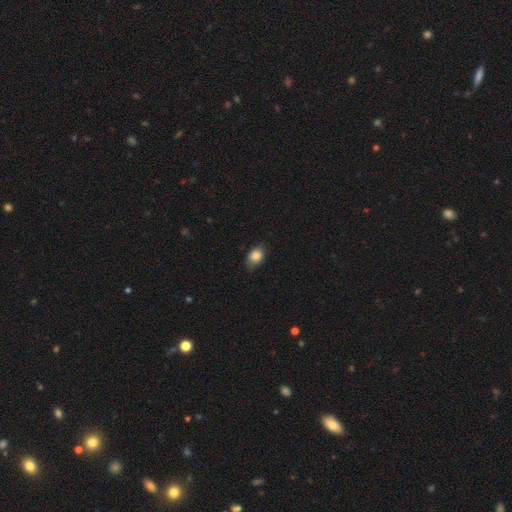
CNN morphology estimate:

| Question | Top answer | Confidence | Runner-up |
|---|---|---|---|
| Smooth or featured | smooth | 83% | featured or disk (9%) |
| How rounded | in between | 68% | round (31%) |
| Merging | none | 67% | minor disturbance (27%) |